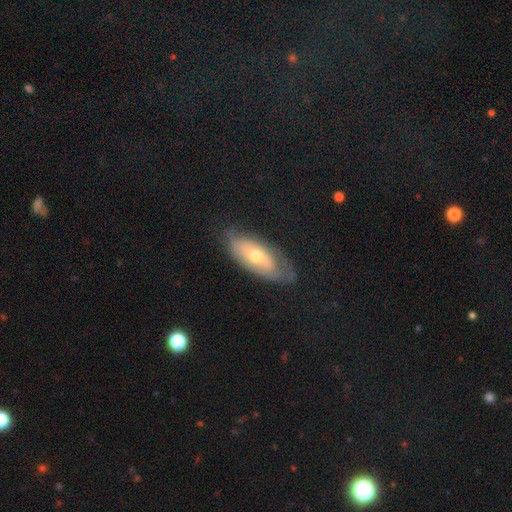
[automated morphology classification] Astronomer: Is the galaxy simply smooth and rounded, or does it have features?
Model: featured or disk — 58% (runner-up: smooth, 35%).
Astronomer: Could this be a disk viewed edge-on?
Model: no — 84%.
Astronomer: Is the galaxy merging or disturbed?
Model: none — 62%.